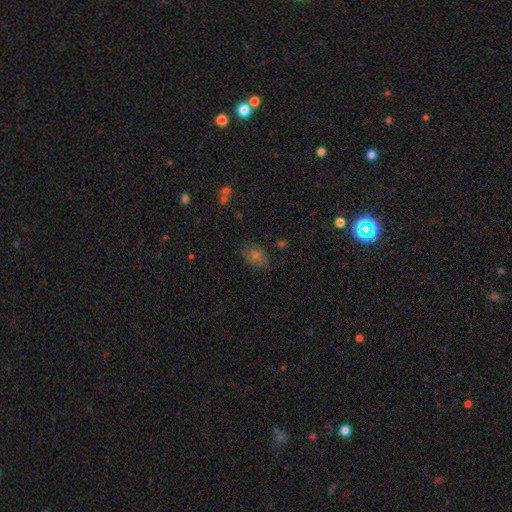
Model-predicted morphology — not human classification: Smooth or featured? Predicted: smooth (p=0.58). How rounded? Predicted: in between (p=0.73). Merging? Predicted: none (p=0.73).